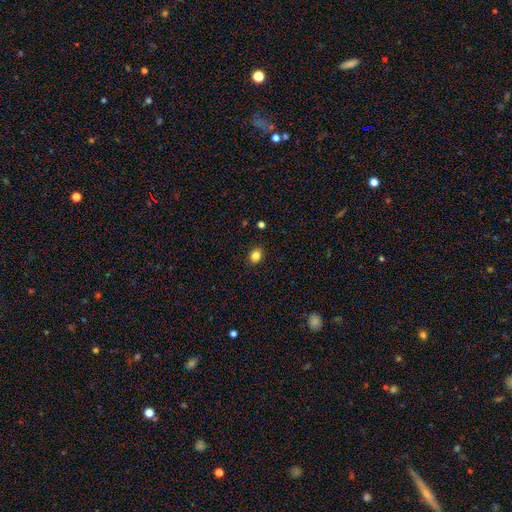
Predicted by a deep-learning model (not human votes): This appears to be a smooth galaxy with no disk features (83%) that is round (54%). Merging: none (90%).